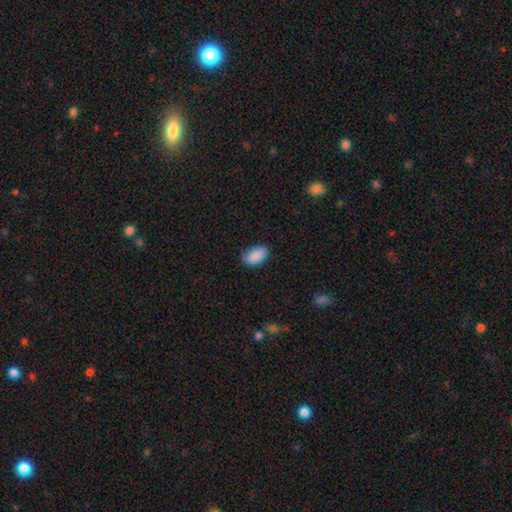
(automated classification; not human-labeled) smooth 89%, star or artifact 7%, featured or disk 4%. Down the decision tree: how rounded — in between (93%); merging — none (76%).